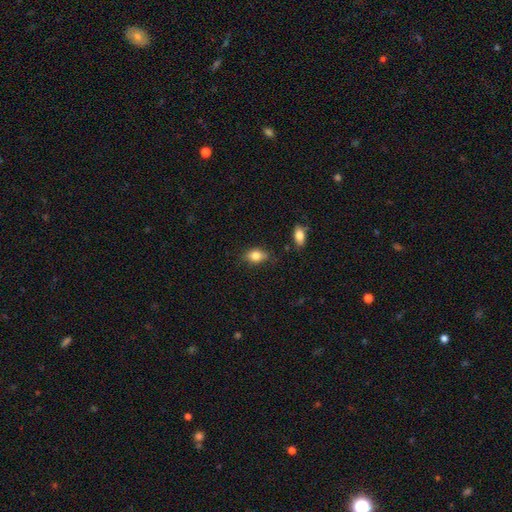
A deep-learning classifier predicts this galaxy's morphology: This appears to be a smooth galaxy with no disk features (81%) that is in between round and cigar-shaped (80%). Merging: none (74%).